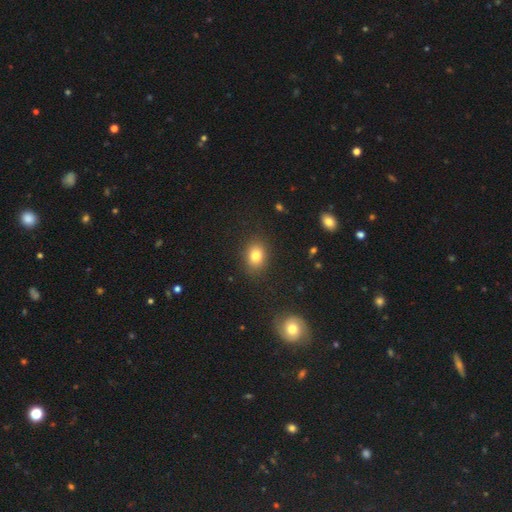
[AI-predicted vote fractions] A smooth galaxy with no disk features (80%) that is in between round and cigar-shaped (57%).

Vote fractions:
- Smooth or featured? smooth: 80% / star or artifact: 12% / featured or disk: 8%
- How rounded? in between: 57% / round: 42% / cigar-shaped: 1%
- Merging? none: 86% / minor disturbance: 10% / major disturbance: 3% / merger: 1%